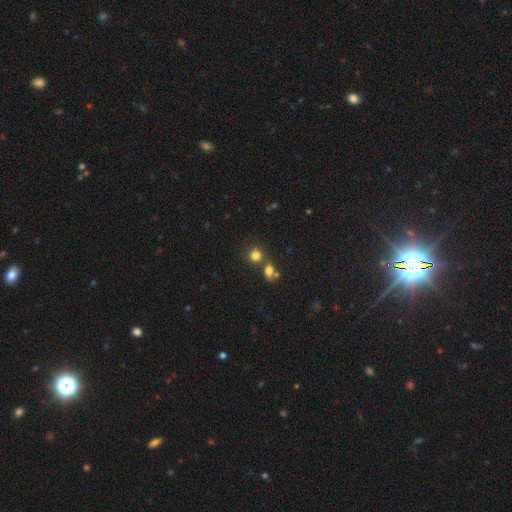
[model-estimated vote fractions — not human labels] This appears to be a smooth galaxy with no disk features (79%) that is round (81%). Merging: none (61%).